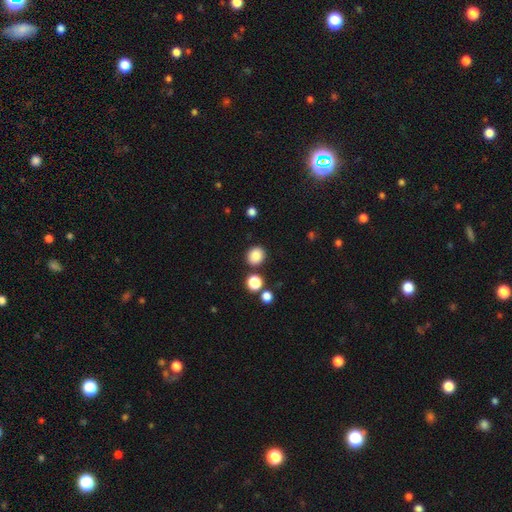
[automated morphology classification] Smooth or featured?
  - smooth: 84% *
  - star or artifact: 11%
  - featured or disk: 5%
How rounded?
  - round: 78% *
  - in between: 22%
  - cigar-shaped: 1%
Merging?
  - none: 84% *
  - minor disturbance: 8%
  - merger: 5%
  - major disturbance: 3%